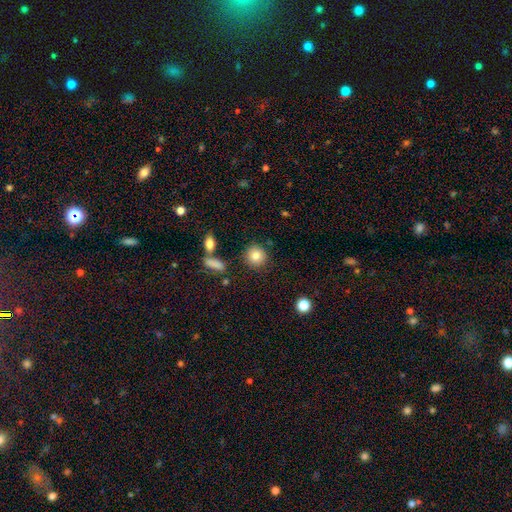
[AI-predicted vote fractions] Overall: smooth (83%). How rounded: round (90%). Merging: none (84%).